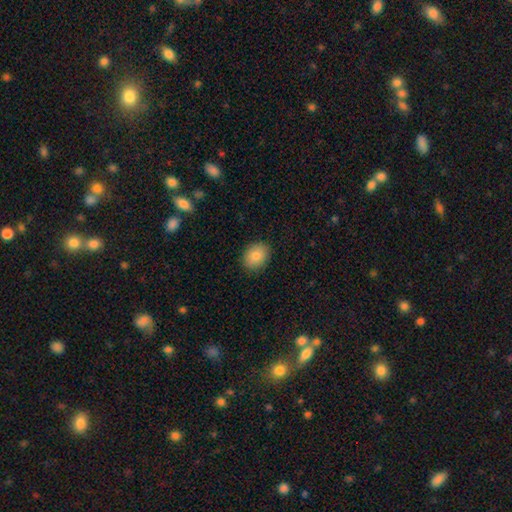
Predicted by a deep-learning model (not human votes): A smooth galaxy with no disk features (85%) that is in between round and cigar-shaped (63%).

Vote fractions:
- Smooth or featured? smooth: 85% / star or artifact: 8% / featured or disk: 8%
- How rounded? in between: 63% / round: 36% / cigar-shaped: 1%
- Merging? none: 89% / minor disturbance: 8% / major disturbance: 2% / merger: 1%